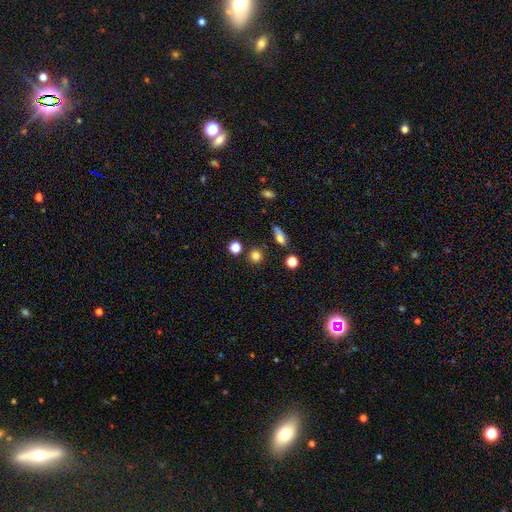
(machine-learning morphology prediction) smooth 81%, star or artifact 13%, featured or disk 6%. Down the decision tree: how rounded — round (89%); merging — none (84%).